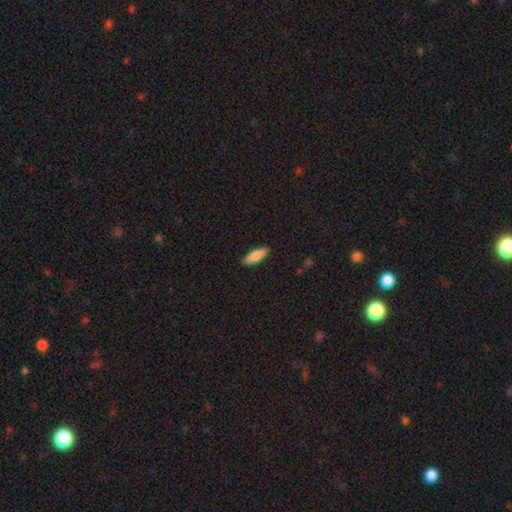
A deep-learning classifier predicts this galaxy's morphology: Smooth or featured? Predicted: smooth (p=0.87). How rounded? Predicted: in between (p=0.56). Merging? Predicted: none (p=0.90).